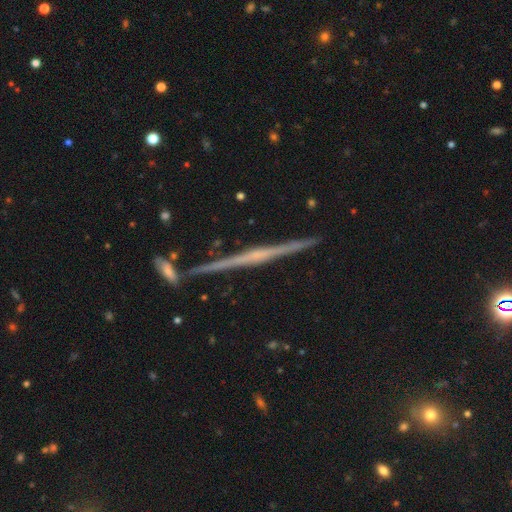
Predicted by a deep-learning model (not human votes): This appears to be a featured or disk galaxy (80%) viewed edge-on (98%) with no central bulge (47%). Merging: none (87%).